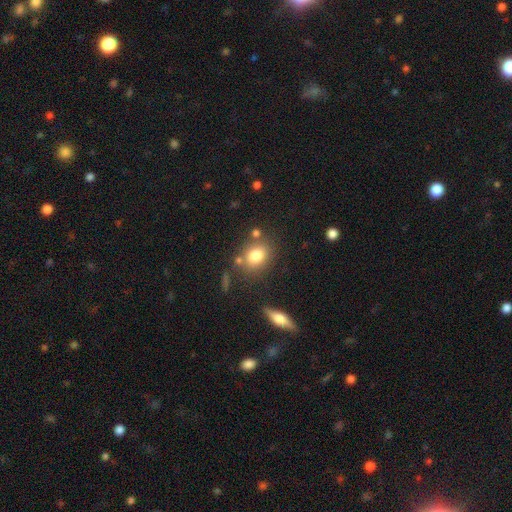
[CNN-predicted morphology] This is likely a smooth galaxy (79%). How rounded: possibly round (50%). Merging: likely none (73%).